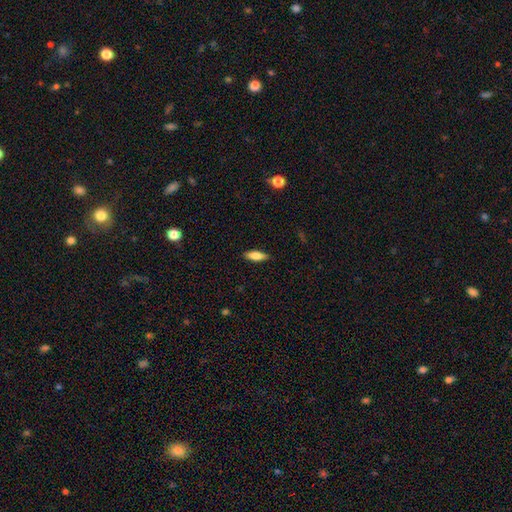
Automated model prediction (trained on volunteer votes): Q: Smooth or featured?
A: smooth (77%); runner-up: featured or disk (16%)
Q: How rounded?
A: in between (62%); runner-up: cigar-shaped (36%)
Q: Merging?
A: none (88%); runner-up: minor disturbance (9%)